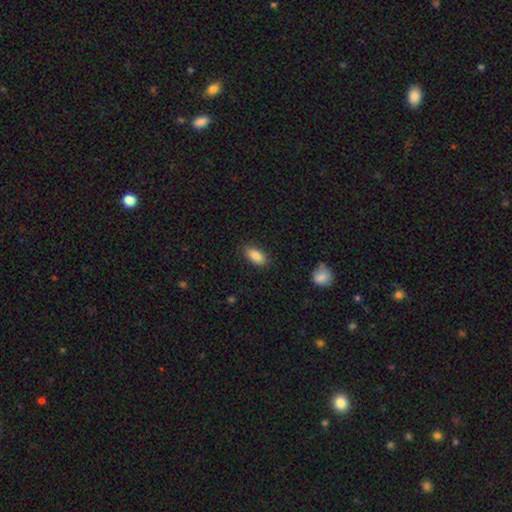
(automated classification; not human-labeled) smooth-or-featured: smooth: 87% | star or artifact: 7% | featured or disk: 5%
  how-rounded: in between: 90% | cigar-shaped: 7% | round: 3%
  merging: none: 84% | minor disturbance: 12% | major disturbance: 3% | merger: 1%